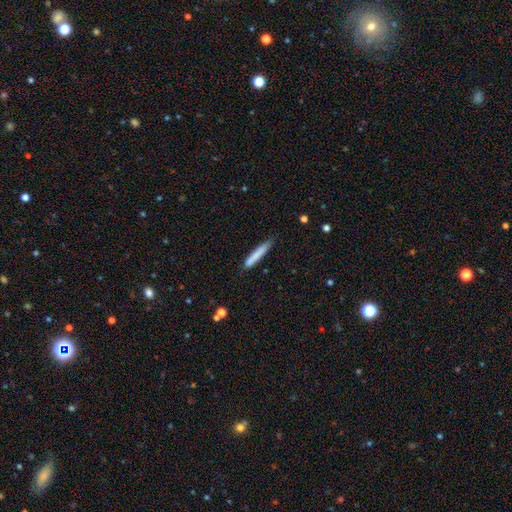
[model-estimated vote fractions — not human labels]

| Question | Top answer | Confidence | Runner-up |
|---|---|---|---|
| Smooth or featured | smooth | 80% | featured or disk (14%) |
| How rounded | cigar-shaped | 94% | in between (5%) |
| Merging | none | 81% | minor disturbance (15%) |